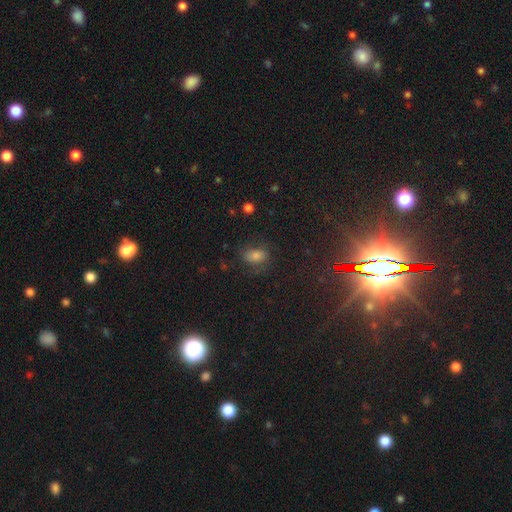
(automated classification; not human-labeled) This is possibly a smooth galaxy (58%). How rounded: likely in between (79%). Merging: likely none (67%).